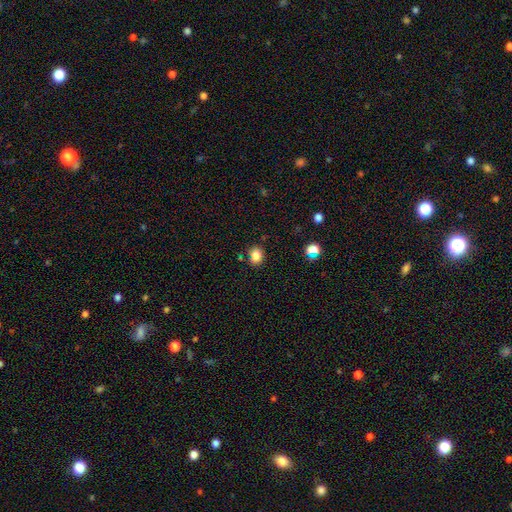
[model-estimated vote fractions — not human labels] Smooth or featured?
  - smooth: 84% *
  - star or artifact: 11%
  - featured or disk: 5%
How rounded?
  - round: 59% *
  - in between: 40%
  - cigar-shaped: 1%
Merging?
  - none: 82% *
  - minor disturbance: 11%
  - merger: 5%
  - major disturbance: 3%